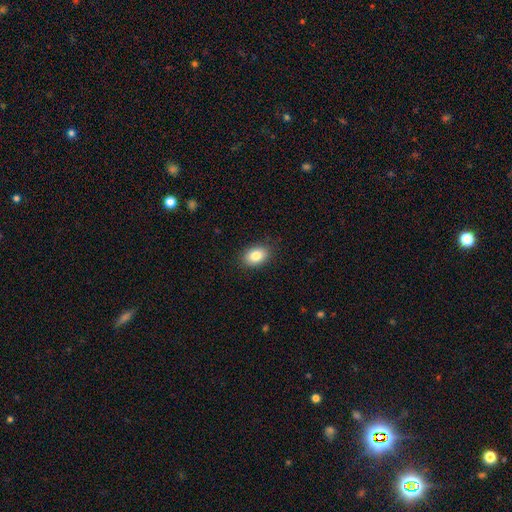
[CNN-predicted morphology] Q: Smooth or featured?
A: smooth (85%); runner-up: star or artifact (8%)
Q: How rounded?
A: in between (82%); runner-up: round (17%)
Q: Merging?
A: none (88%); runner-up: minor disturbance (9%)